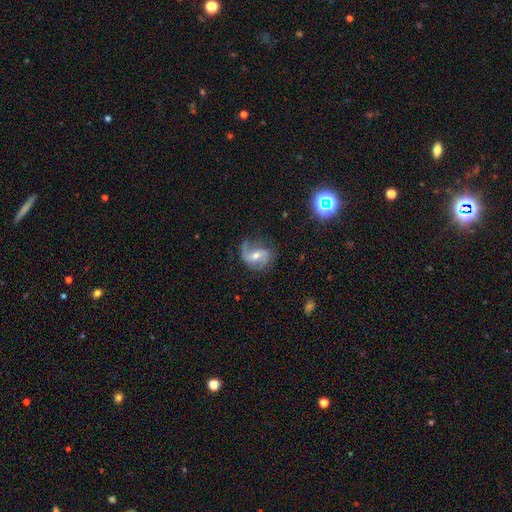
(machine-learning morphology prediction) This is likely a featured or disk galaxy (79%). It is clearly not viewed edge-on (97%). Bar: possibly weak (46%). Spiral arm pattern: clearly yes (94%). Spiral arm count: likely 2 (78%). Spiral winding: possibly loose (46%). Central bulge: possibly moderate (55%). Merging: likely none (64%).